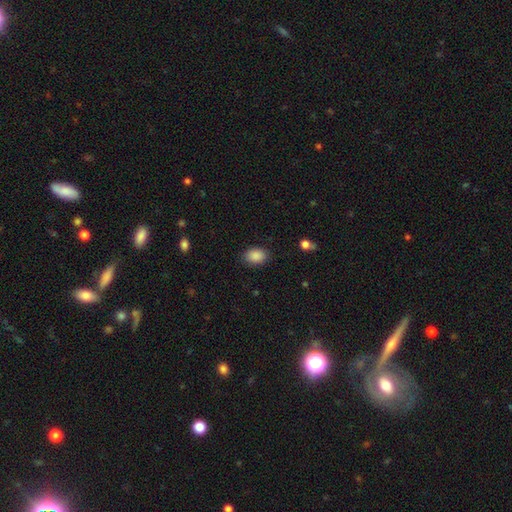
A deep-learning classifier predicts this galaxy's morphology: Q: Smooth or featured?
A: smooth (89%); runner-up: star or artifact (8%)
Q: How rounded?
A: in between (80%); runner-up: round (19%)
Q: Merging?
A: none (85%); runner-up: minor disturbance (11%)